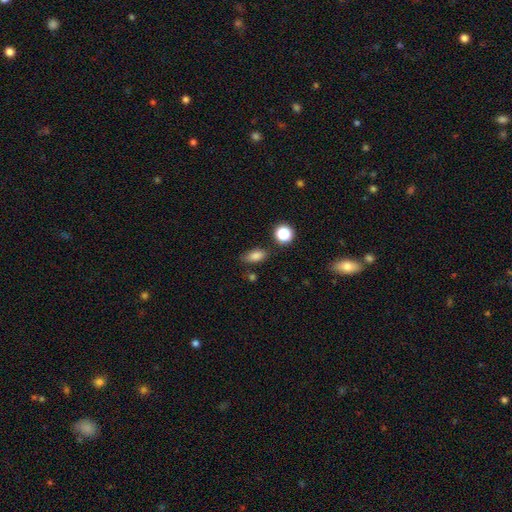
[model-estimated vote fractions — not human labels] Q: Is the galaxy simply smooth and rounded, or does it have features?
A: smooth — 83%.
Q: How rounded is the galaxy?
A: in between — 83%.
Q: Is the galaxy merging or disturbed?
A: none — 74%.